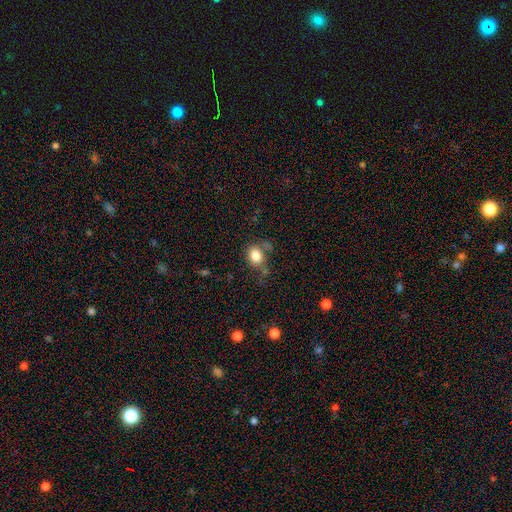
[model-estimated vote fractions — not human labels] smooth_or_featured: smooth (p=0.82) [alt: star or artifact p=0.10]
how_rounded: in between (p=0.51) [alt: round p=0.48]
merging: none (p=0.59) [alt: minor disturbance p=0.22]